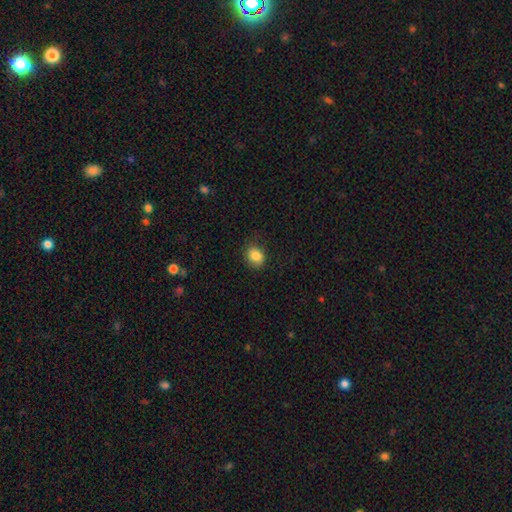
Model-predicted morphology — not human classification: A smooth galaxy with no disk features (85%) that is round (58%). Merging: none (77%).